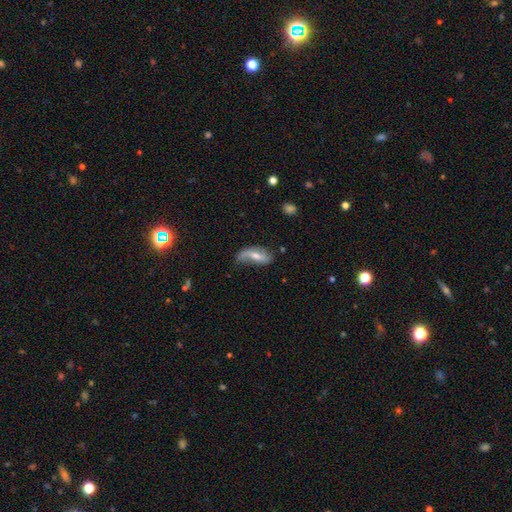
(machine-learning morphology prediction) A featured or disk galaxy (57%). Merging: none (43%).